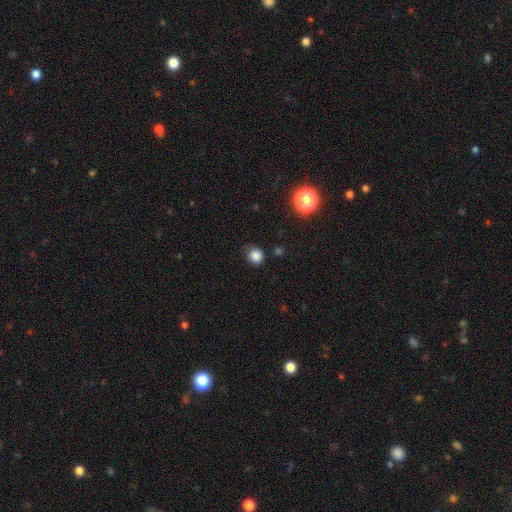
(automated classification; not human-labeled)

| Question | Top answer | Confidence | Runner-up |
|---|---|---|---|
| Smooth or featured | smooth | 84% | star or artifact (13%) |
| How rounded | round | 88% | in between (11%) |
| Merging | none | 81% | minor disturbance (14%) |